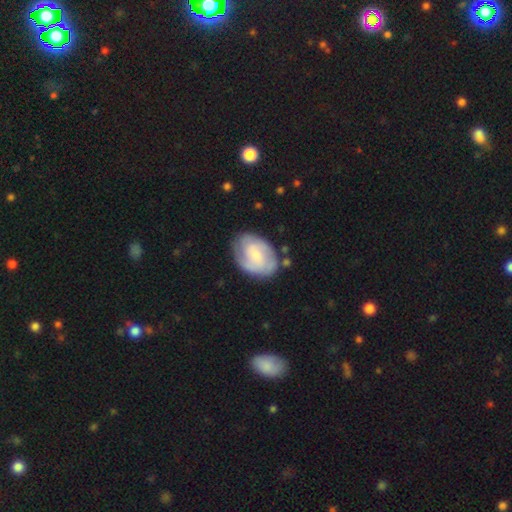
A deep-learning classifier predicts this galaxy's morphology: Smooth or featured: featured or disk — 63% (smooth — 32%)
Edge-on disk: no — 97% (yes — 3%)
Bar: no — 53% (weak — 40%)
Spiral arms: yes — 87% (no — 13%)
Spiral winding: tight — 47% (medium — 38%)
Spiral arm count: 2 — 48% (can't tell — 29%)
Bulge size: small — 58% (moderate — 27%)
Merging: none — 70% (minor disturbance — 20%)